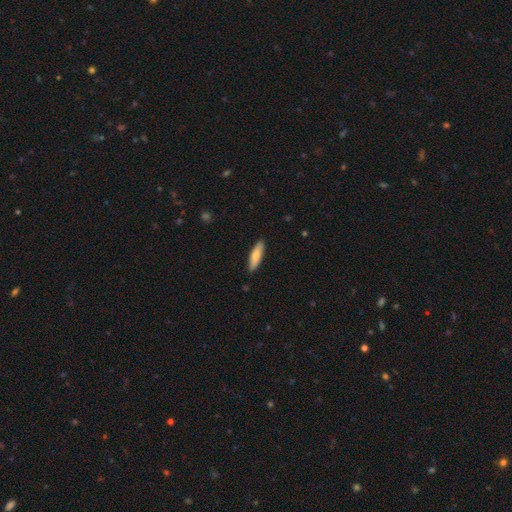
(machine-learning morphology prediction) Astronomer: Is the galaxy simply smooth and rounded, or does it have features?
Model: smooth — 76%.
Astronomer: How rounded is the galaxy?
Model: cigar-shaped — 60% (runner-up: in between, 39%).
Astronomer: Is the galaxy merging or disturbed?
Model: none — 89%.